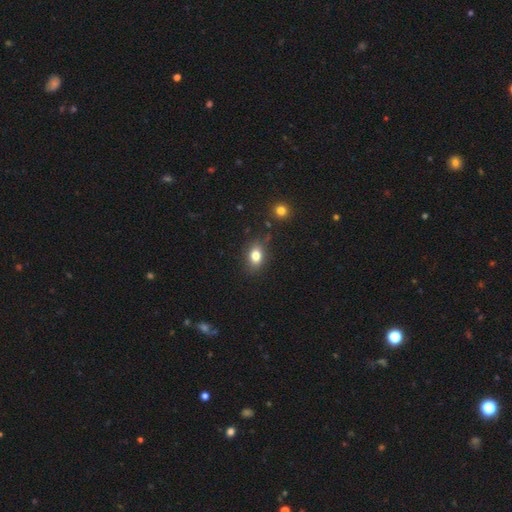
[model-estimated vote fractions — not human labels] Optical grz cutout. It shows a smooth galaxy with no disk features (80%) that is in between round and cigar-shaped (73%). Merging: none (81%).